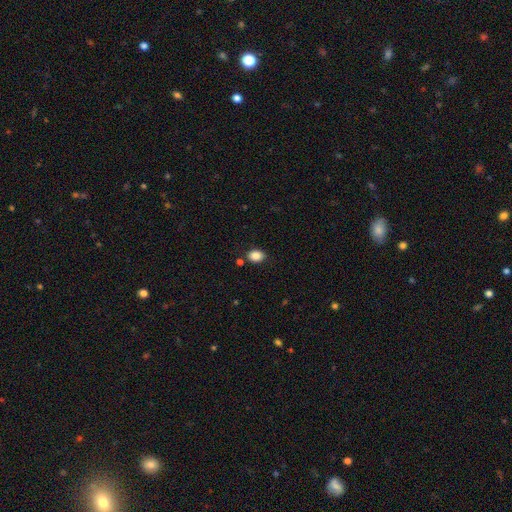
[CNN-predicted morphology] Smooth or featured: smooth — 86% (star or artifact — 9%)
How rounded: in between — 65% (round — 34%)
Merging: none — 82% (minor disturbance — 11%)